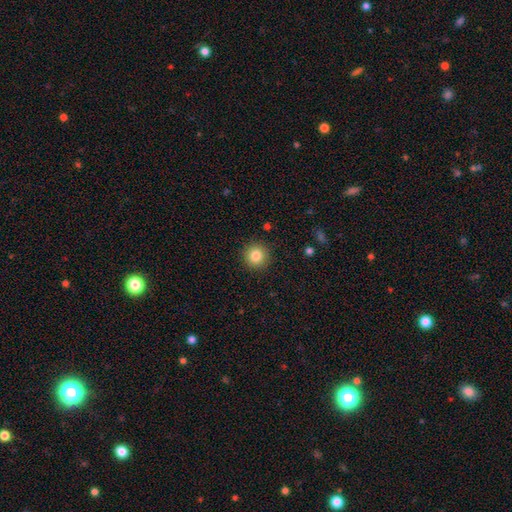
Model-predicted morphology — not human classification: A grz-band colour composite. It shows a smooth galaxy with no disk features (83%) that is round (95%). Merging: none (91%).